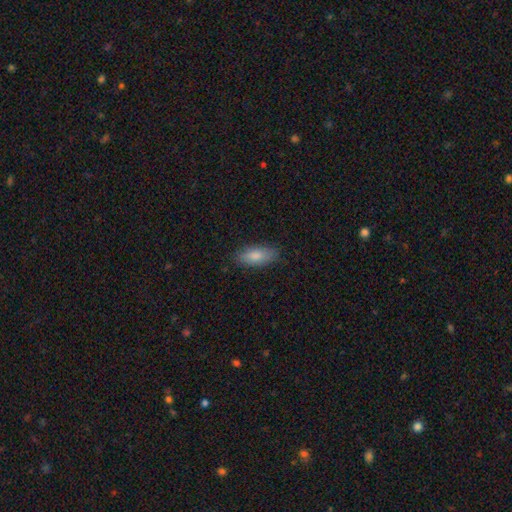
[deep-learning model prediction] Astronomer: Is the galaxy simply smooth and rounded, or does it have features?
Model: smooth — 83%.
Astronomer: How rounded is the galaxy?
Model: in between — 80%.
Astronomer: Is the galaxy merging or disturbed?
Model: none — 84%.